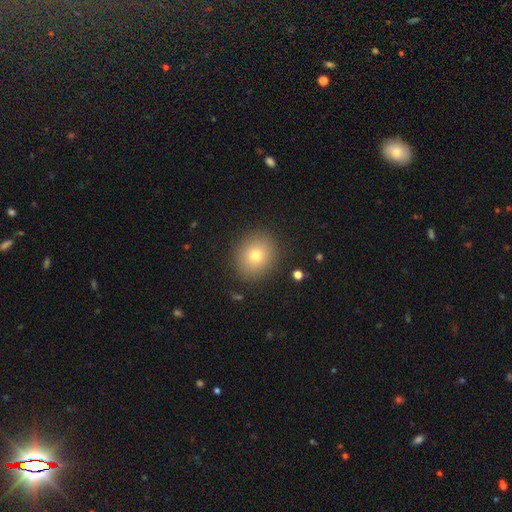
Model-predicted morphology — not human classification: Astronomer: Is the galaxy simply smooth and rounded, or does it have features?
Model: smooth — 75%.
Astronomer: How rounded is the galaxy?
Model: round — 74%.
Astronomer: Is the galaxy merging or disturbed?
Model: none — 89%.